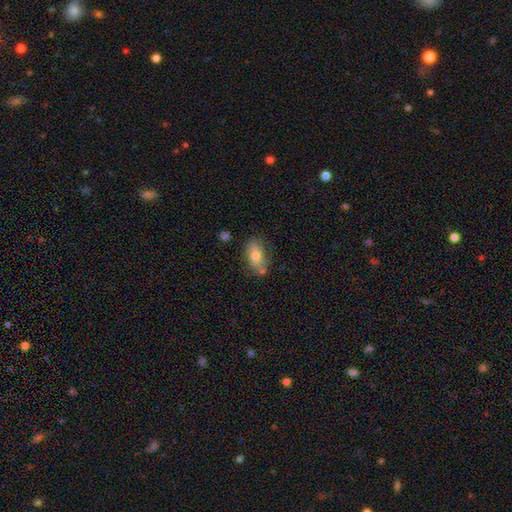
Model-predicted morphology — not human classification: Smooth or featured: smooth — 70% (featured or disk — 22%)
How rounded: in between — 89% (round — 9%)
Merging: none — 68% (minor disturbance — 19%)